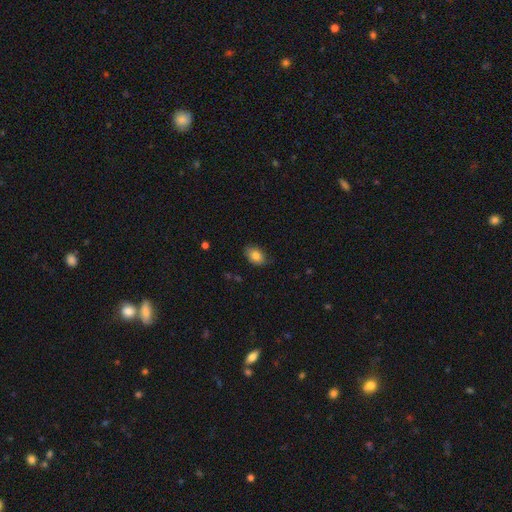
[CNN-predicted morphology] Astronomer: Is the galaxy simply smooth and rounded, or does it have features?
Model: smooth — 83%.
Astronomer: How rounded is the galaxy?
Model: in between — 85%.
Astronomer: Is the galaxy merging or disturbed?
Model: none — 79%.